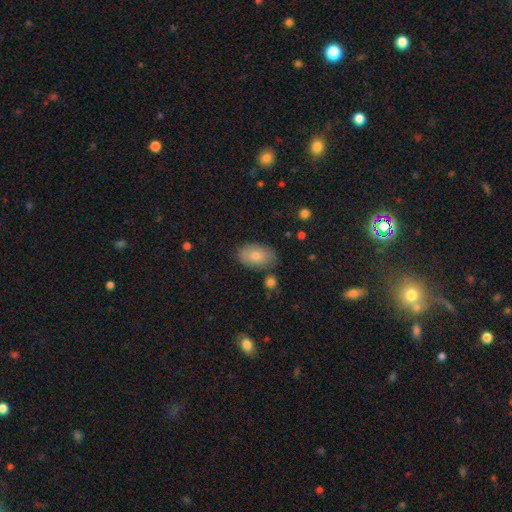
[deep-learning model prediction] Smooth or featured: smooth — 79% (featured or disk — 15%)
How rounded: in between — 90% (round — 9%)
Merging: none — 74% (minor disturbance — 17%)